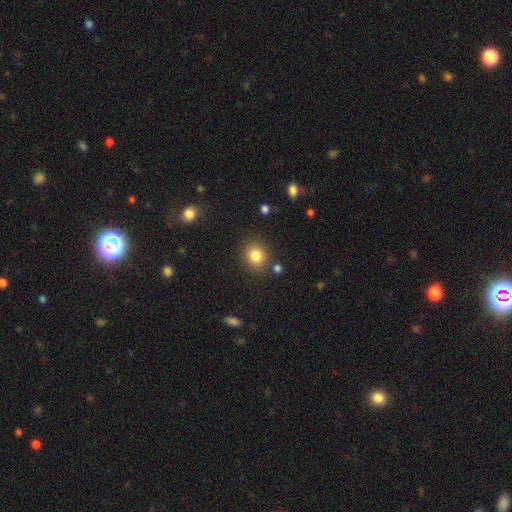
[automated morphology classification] Smooth or featured: smooth — 84% (star or artifact — 11%)
How rounded: round — 80% (in between — 19%)
Merging: none — 84% (minor disturbance — 9%)